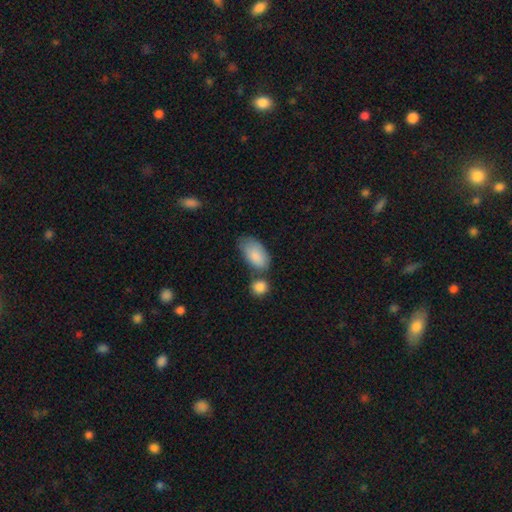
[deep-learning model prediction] A smooth galaxy with no disk features (86%) that is in between round and cigar-shaped (94%).

Vote fractions:
- Smooth or featured? smooth: 86% / featured or disk: 9% / star or artifact: 6%
- How rounded? in between: 94% / round: 3% / cigar-shaped: 2%
- Merging? none: 47% / merger: 23% / minor disturbance: 23% / major disturbance: 7%